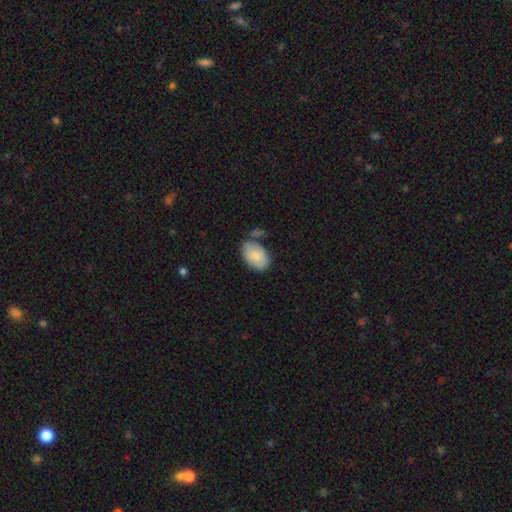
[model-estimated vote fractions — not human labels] Smooth or featured: smooth — 82% (featured or disk — 12%)
How rounded: in between — 90% (round — 9%)
Merging: none — 62% (minor disturbance — 20%)